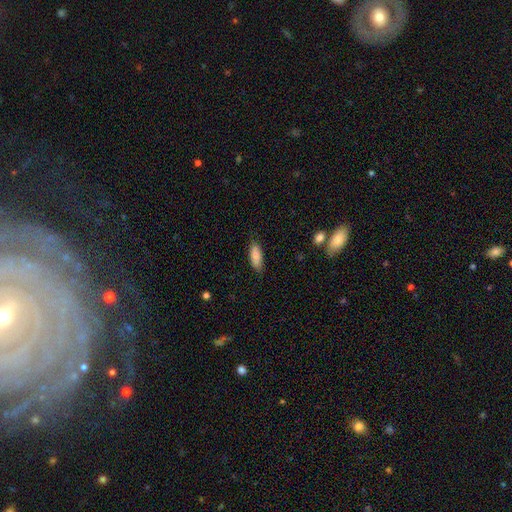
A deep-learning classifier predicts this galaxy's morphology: smooth-or-featured: smooth: 85% | featured or disk: 8% | star or artifact: 6%
  how-rounded: in between: 73% | cigar-shaped: 25% | round: 2%
  merging: none: 79% | minor disturbance: 17% | major disturbance: 3% | merger: 1%